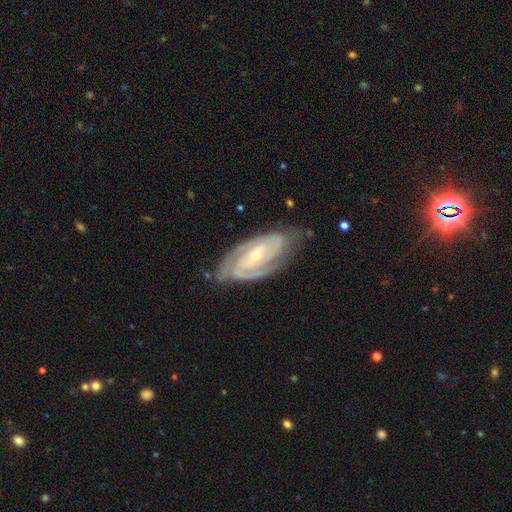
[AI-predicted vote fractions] Smooth or featured? Predicted: featured or disk (p=0.90). Edge-on disk? Predicted: no (p=0.95). Bar? Predicted: no (p=0.42). Spiral arms? Predicted: yes (p=0.97). Spiral winding? Predicted: tight (p=0.67). Spiral arm count? Predicted: 2 (p=0.60). Bulge size? Predicted: small (p=0.66). Merging? Predicted: none (p=0.74).